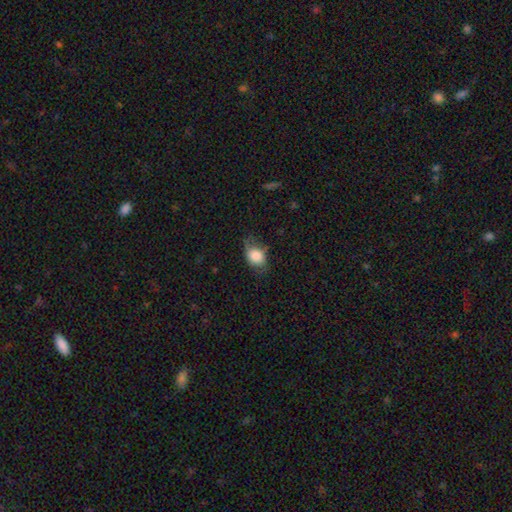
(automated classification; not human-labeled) Smooth or featured? smooth (78%)
How rounded? in between (69%)
Merging? none (54%)